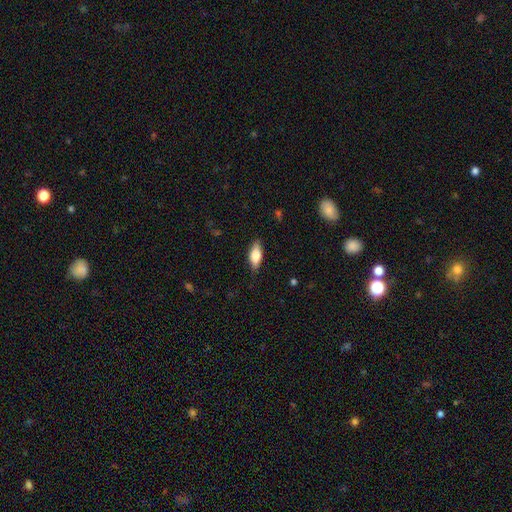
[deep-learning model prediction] This appears to be a smooth galaxy with no disk features (74%) that is in between round and cigar-shaped (77%). Merging: none (85%).